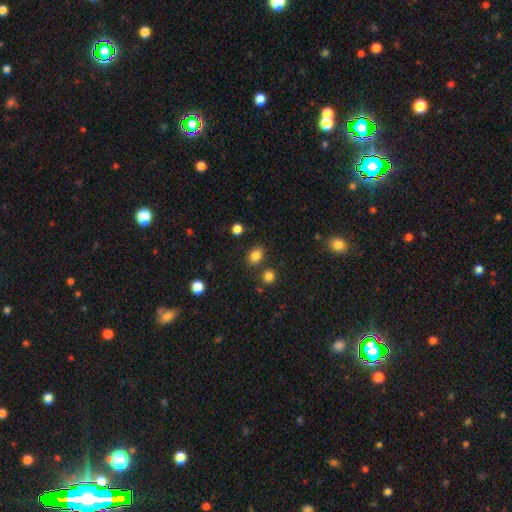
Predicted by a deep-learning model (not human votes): Smooth or featured? smooth (83%)
How rounded? in between (50%)
Merging? none (80%)